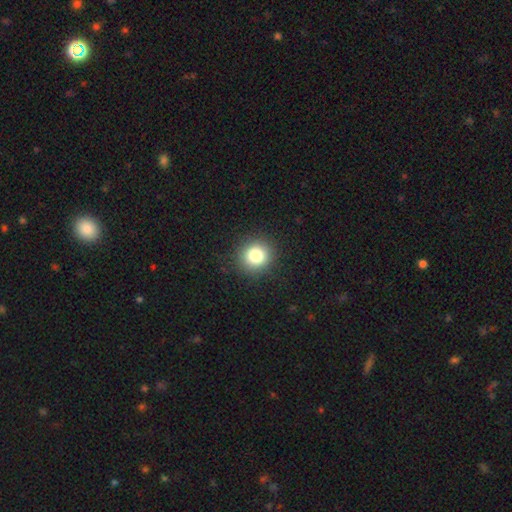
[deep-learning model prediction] Morphology: type=smooth (81%); roundness=round (88%); merging=none (90%).